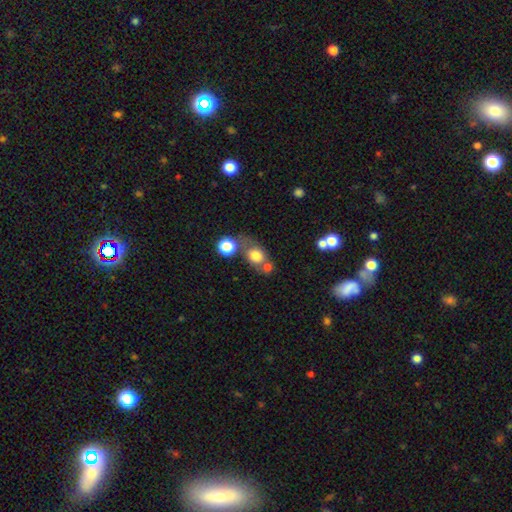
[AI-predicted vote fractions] Smooth or featured?
  - smooth: 74% *
  - featured or disk: 15%
  - star or artifact: 11%
How rounded?
  - round: 50% *
  - in between: 48%
  - cigar-shaped: 2%
Merging?
  - none: 44% *
  - merger: 33%
  - minor disturbance: 15%
  - major disturbance: 9%